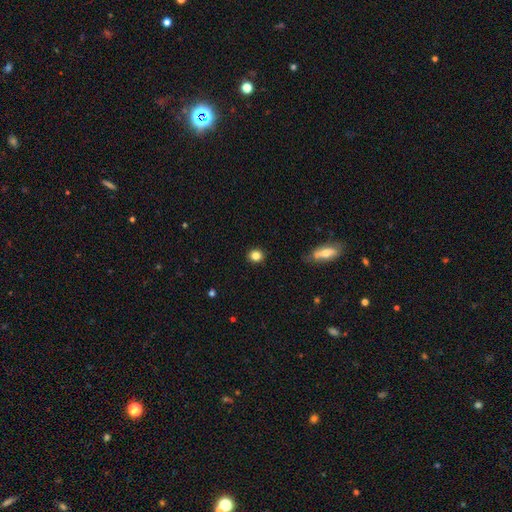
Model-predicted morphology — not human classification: Overall: smooth (84%). How rounded: round (83%). Merging: none (90%).